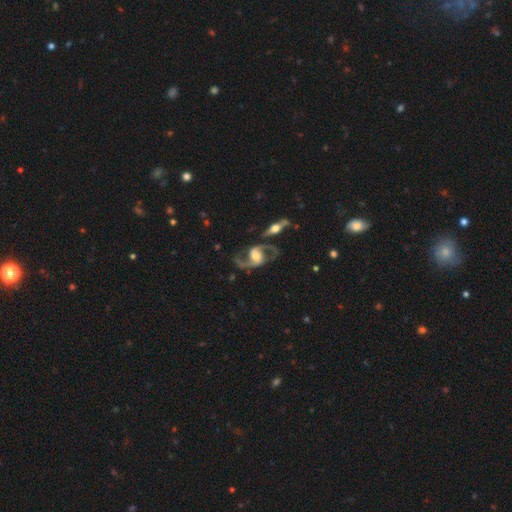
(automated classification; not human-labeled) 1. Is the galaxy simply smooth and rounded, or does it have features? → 91% featured or disk, 5% smooth, 5% star or artifact.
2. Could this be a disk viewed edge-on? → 96% no, 4% yes.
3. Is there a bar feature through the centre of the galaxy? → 42% weak, 37% no, 21% strong.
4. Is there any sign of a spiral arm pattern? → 97% yes, 3% no.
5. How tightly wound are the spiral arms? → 49% loose, 43% medium, 7% tight.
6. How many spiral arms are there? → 94% 2, 2% can't tell, 2% 1, 1% 3, 1% 4, 1% more than 4.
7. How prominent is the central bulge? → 39% moderate, 32% large, 18% small, 8% none, 3% dominant.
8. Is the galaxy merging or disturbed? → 67% none, 14% minor disturbance, 11% major disturbance, 8% merger.